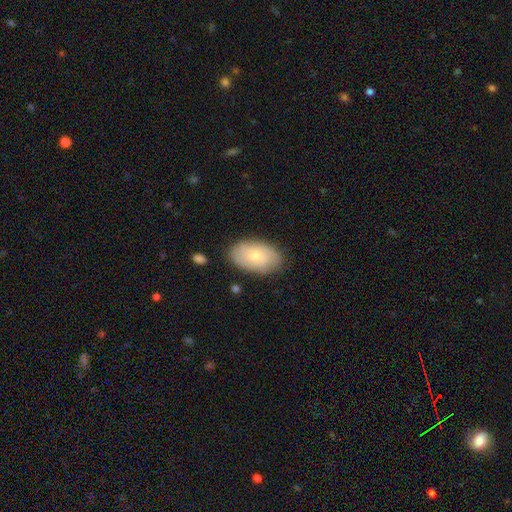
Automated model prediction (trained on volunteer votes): Overall: smooth (62%; featured or disk 31%). How rounded: in between (92%). Merging: none (81%).